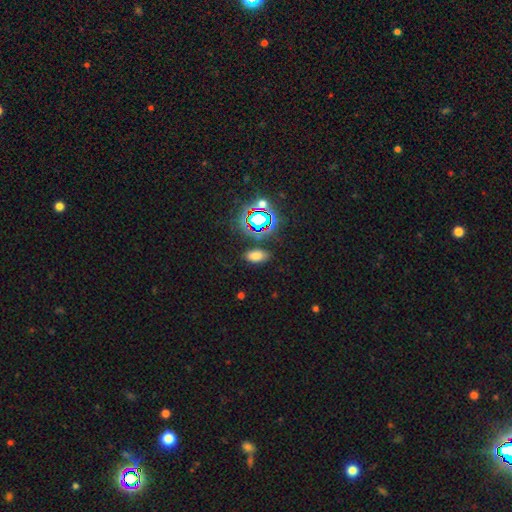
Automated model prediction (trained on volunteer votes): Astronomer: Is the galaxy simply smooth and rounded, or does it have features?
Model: smooth — 66%.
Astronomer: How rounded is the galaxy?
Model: in between — 90%.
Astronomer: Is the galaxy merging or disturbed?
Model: none — 83%.